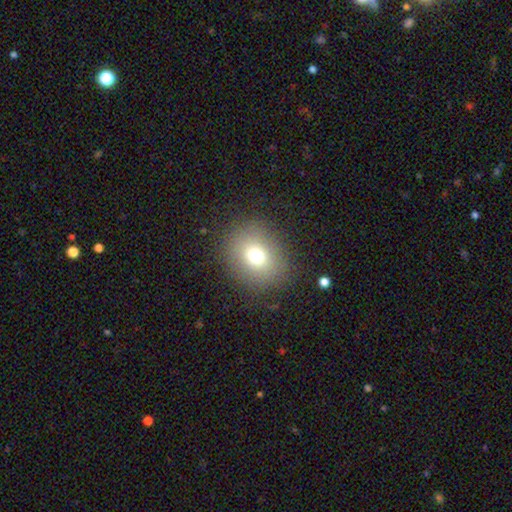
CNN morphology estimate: The model was most divided on "how rounded": round: 67%, in between: 32%, cigar-shaped: 1%. More confident: merging — none (85%); smooth or featured — smooth (71%).